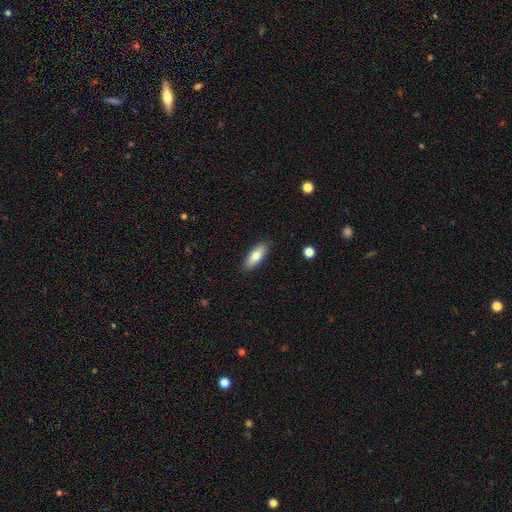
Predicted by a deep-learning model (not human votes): A smooth galaxy with no disk features (78%) that is in between round and cigar-shaped (67%). Merging: none (88%).